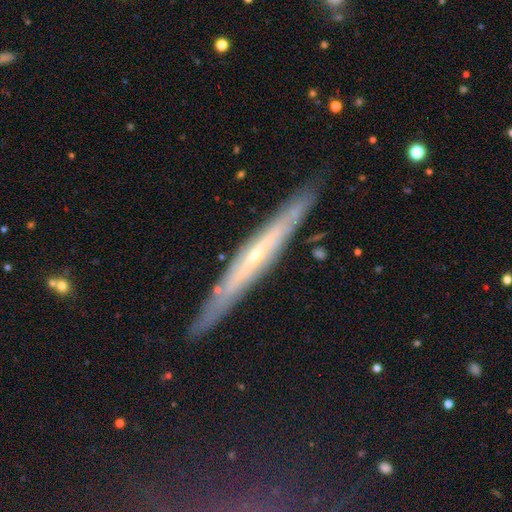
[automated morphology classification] smooth-or-featured: featured or disk: 75% | smooth: 17% | star or artifact: 8%
  disk-edge-on: yes: 86% | no: 14%
    edge-on-bulge: rounded: 50% | none: 45% | boxy: 5%
  merging: none: 86% | minor disturbance: 11% | major disturbance: 2% | merger: 1%